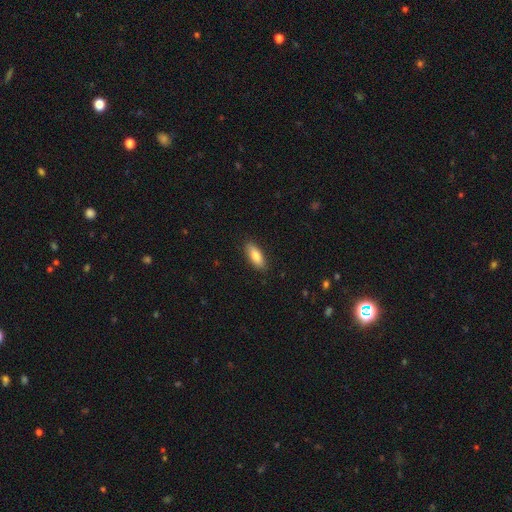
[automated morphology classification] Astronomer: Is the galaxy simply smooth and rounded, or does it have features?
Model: smooth — 84%.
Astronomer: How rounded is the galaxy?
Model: in between — 75%.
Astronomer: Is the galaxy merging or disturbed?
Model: none — 87%.